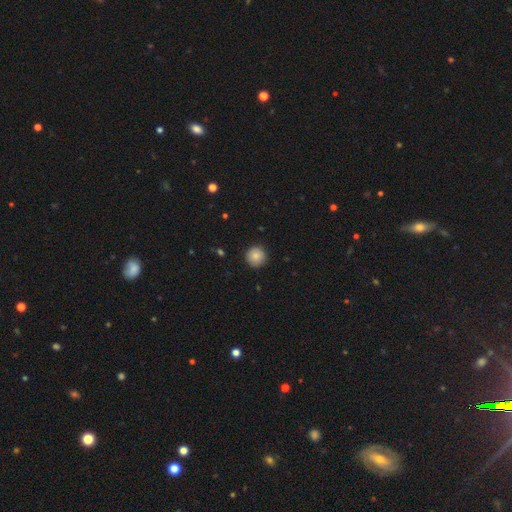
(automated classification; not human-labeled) This appears to be a smooth galaxy with no disk features (84%) that is round (96%). Merging: none (91%).